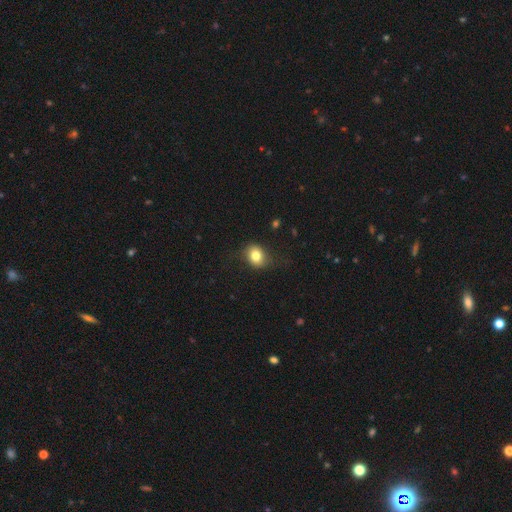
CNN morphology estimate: Smooth or featured? smooth (79%)
How rounded? in between (53%)
Merging? none (74%)